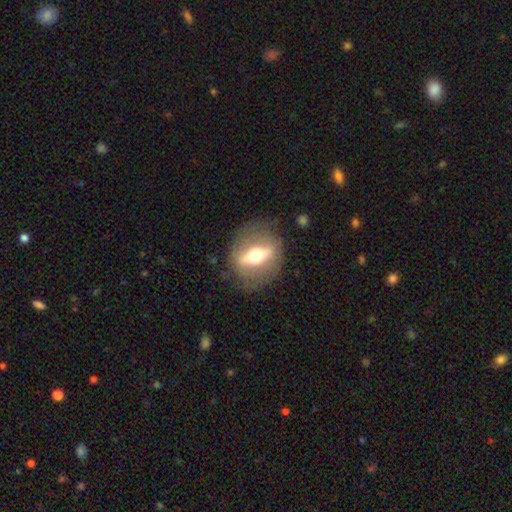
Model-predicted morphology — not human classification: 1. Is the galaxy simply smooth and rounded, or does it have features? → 70% featured or disk, 23% smooth, 7% star or artifact.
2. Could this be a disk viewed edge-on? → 51% yes, 49% no.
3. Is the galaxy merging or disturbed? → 82% none, 11% minor disturbance, 7% major disturbance, 1% merger.